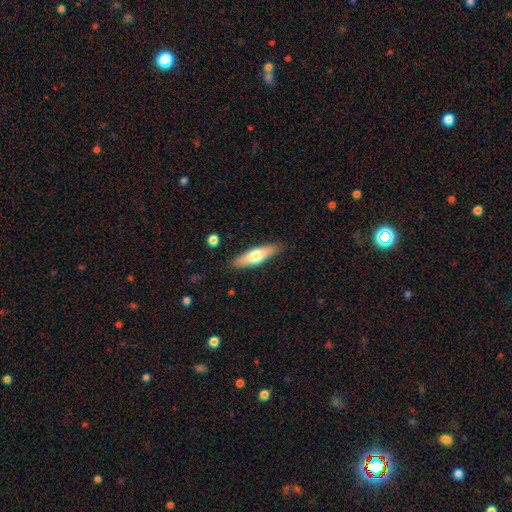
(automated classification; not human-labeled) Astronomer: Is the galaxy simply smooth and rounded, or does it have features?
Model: smooth — 60%.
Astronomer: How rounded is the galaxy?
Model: cigar-shaped — 61% (runner-up: in between, 37%).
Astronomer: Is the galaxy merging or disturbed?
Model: none — 87%.